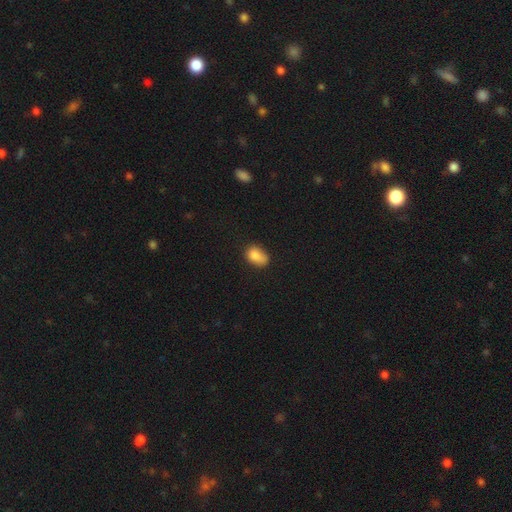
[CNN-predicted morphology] This is clearly a smooth galaxy (83%). How rounded: likely in between (78%). Merging: possibly none (51%).